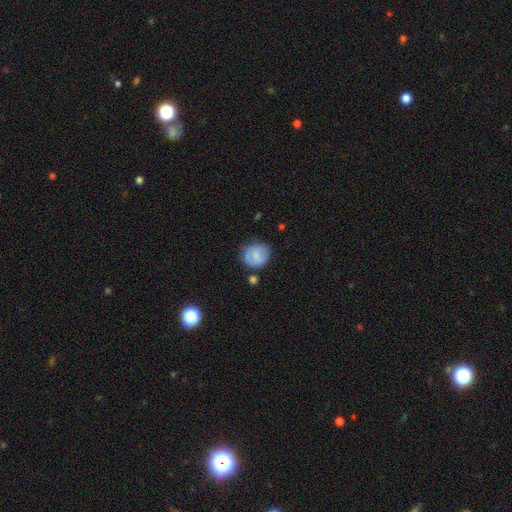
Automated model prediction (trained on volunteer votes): A smooth galaxy with no disk features (74%) that is round (78%). Merging: none (68%).